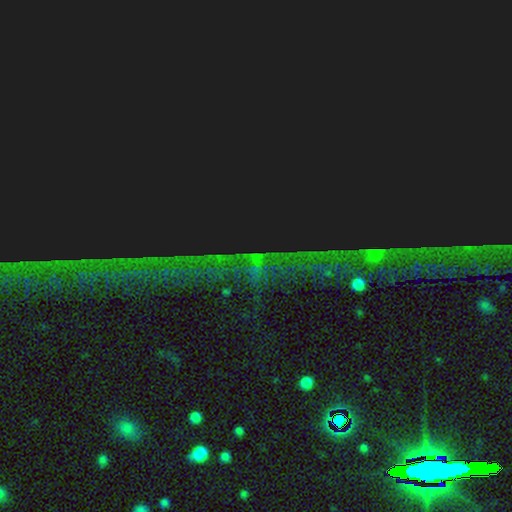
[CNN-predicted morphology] A star or artifact, not a galaxy (86%).

Vote fractions:
- Smooth or featured? star or artifact: 86% / smooth: 7% / featured or disk: 7%